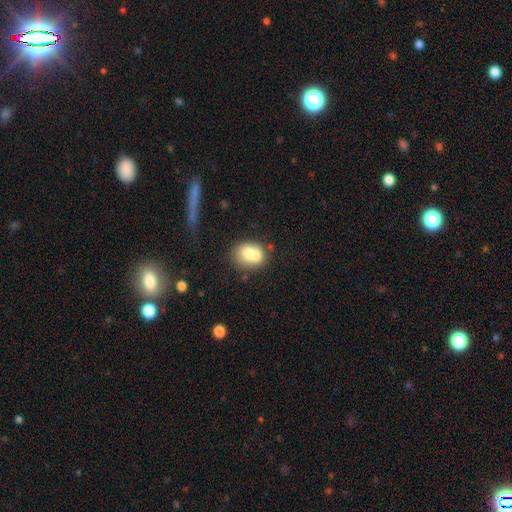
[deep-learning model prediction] The model was most divided on "merging": merger: 42%, none: 38%, minor disturbance: 14%, major disturbance: 6%. More confident: smooth or featured — smooth (70%); how rounded — in between (52%).